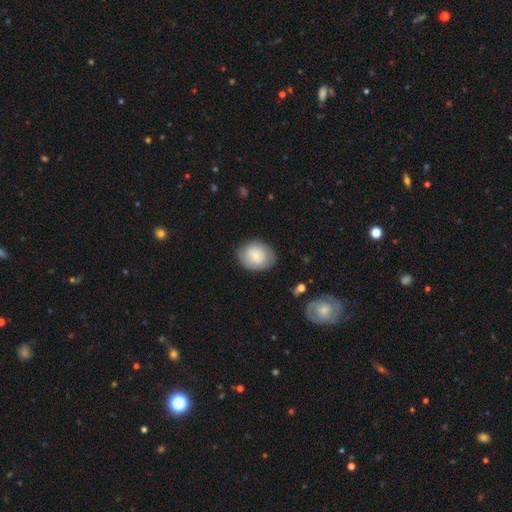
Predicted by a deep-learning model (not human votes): This is likely a smooth galaxy (69%). How rounded: possibly round (53%). Merging: likely none (78%).